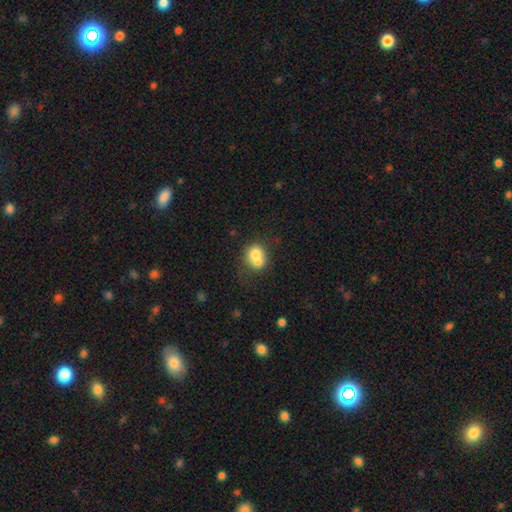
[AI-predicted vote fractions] Overall: smooth (70%). How rounded: round (71%). Merging: merger (56%; none 31%).